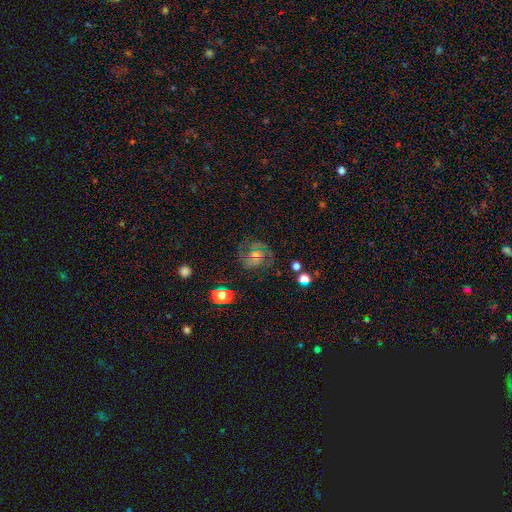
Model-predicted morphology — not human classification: Smooth or featured?
  - featured or disk: 70% *
  - smooth: 15%
  - star or artifact: 15%
Edge-on disk?
  - no: 98% *
  - yes: 2%
Bar?
  - no: 54% *
  - weak: 37%
  - strong: 8%
Spiral arms?
  - yes: 92% *
  - no: 8%
Spiral winding?
  - medium: 47% *
  - tight: 40%
  - loose: 13%
Spiral arm count?
  - 2: 59% *
  - can't tell: 18%
  - 3: 12%
  - 1: 4%
  - 4: 3%
  - more than 4: 3%
Bulge size?
  - small: 52% *
  - moderate: 36%
  - none: 7%
  - large: 3%
  - dominant: 1%
Merging?
  - none: 74% *
  - minor disturbance: 15%
  - major disturbance: 10%
  - merger: 2%